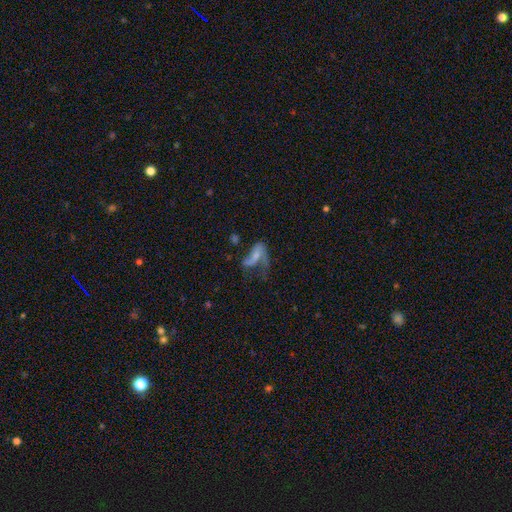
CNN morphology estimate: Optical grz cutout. It shows a featured or disk galaxy (49%). Merging: major disturbance (50%).